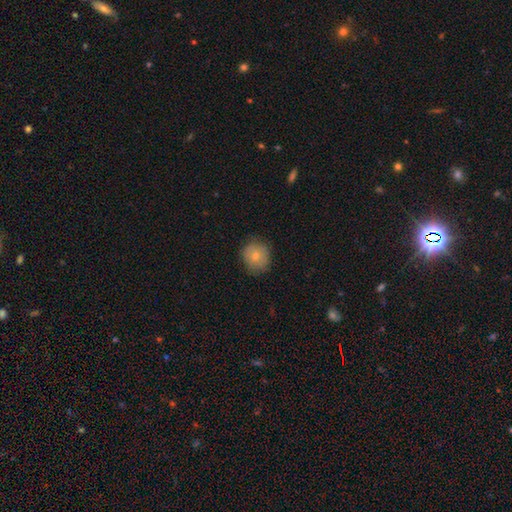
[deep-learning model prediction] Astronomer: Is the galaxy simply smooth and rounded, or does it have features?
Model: smooth — 76%.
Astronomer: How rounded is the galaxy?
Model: round — 83%.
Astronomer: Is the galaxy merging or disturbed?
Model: none — 80%.